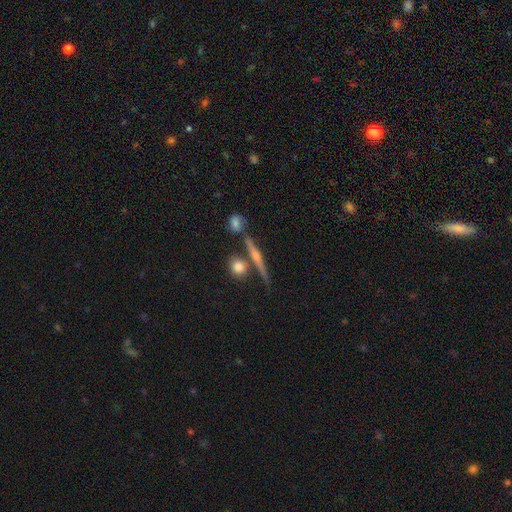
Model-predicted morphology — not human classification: A featured or disk galaxy (69%) viewed edge-on (95%) with a rounded central bulge (84%).

Vote fractions:
- Smooth or featured? featured or disk: 69% / smooth: 20% / star or artifact: 11%
- Edge-on disk? yes: 95% / no: 5%
- Edge-on bulge? rounded: 84% / none: 9% / boxy: 6%
- Merging? none: 76% / merger: 11% / minor disturbance: 9% / major disturbance: 3%